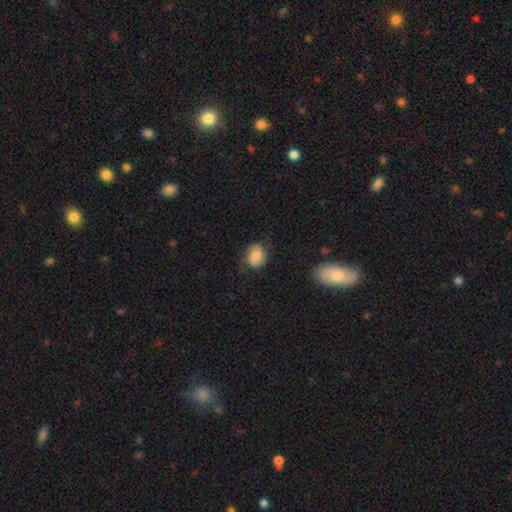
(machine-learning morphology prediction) Smooth or featured? smooth (59%)
How rounded? round (57%)
Merging? none (59%)